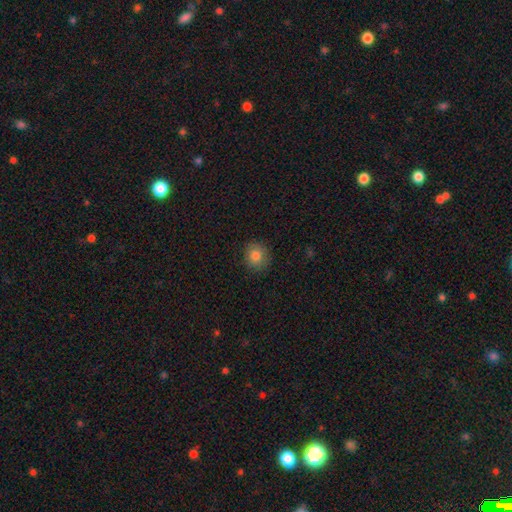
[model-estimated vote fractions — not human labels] Smooth or featured? smooth (82%)
How rounded? round (86%)
Merging? none (88%)